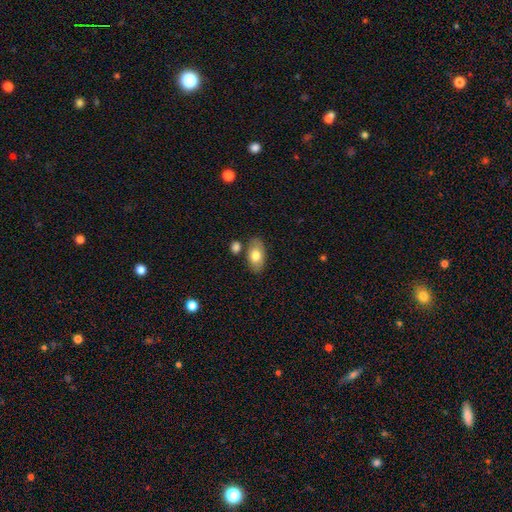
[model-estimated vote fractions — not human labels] smooth 77%, featured or disk 17%, star or artifact 6%. Down the decision tree: how rounded — in between (92%); merging — none (76%).